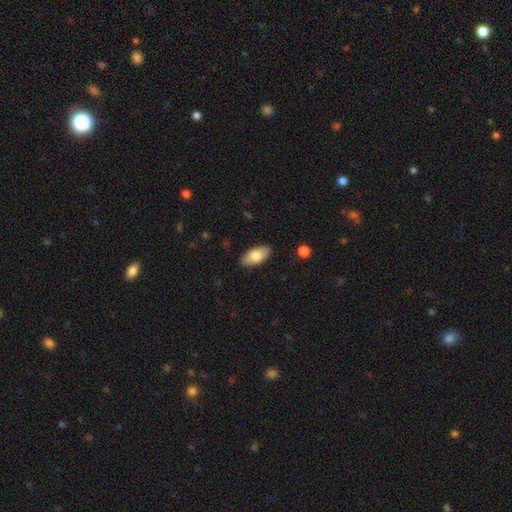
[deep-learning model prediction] smooth 78%, featured or disk 16%, star or artifact 6%. Down the decision tree: how rounded — in between (93%); merging — none (88%).